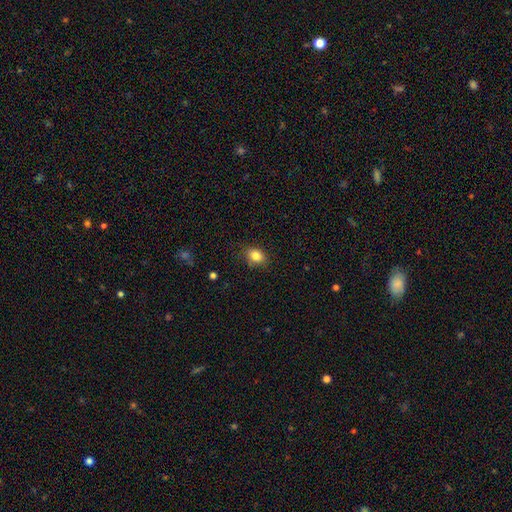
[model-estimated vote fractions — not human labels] A smooth galaxy with no disk features (84%) that is in between round and cigar-shaped (62%).

Vote fractions:
- Smooth or featured? smooth: 84% / star or artifact: 10% / featured or disk: 6%
- How rounded? in between: 62% / round: 37% / cigar-shaped: 1%
- Merging? none: 83% / minor disturbance: 13% / major disturbance: 3% / merger: 1%